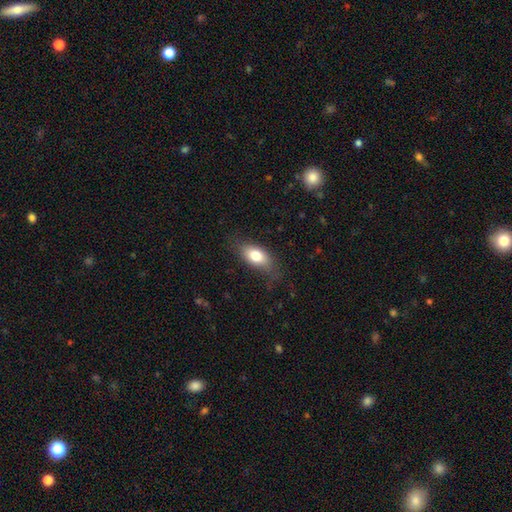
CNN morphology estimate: A smooth galaxy with no disk features (77%) that is in between round and cigar-shaped (88%).

Vote fractions:
- Smooth or featured? smooth: 77% / featured or disk: 16% / star or artifact: 7%
- How rounded? in between: 88% / cigar-shaped: 6% / round: 6%
- Merging? none: 72% / minor disturbance: 20% / major disturbance: 6% / merger: 1%